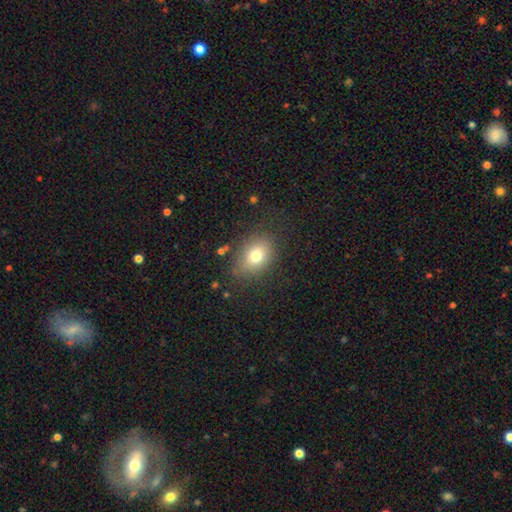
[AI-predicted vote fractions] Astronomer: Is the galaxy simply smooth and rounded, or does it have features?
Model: smooth — 74%.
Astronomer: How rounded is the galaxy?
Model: in between — 68%.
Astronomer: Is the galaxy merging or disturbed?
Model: none — 78%.